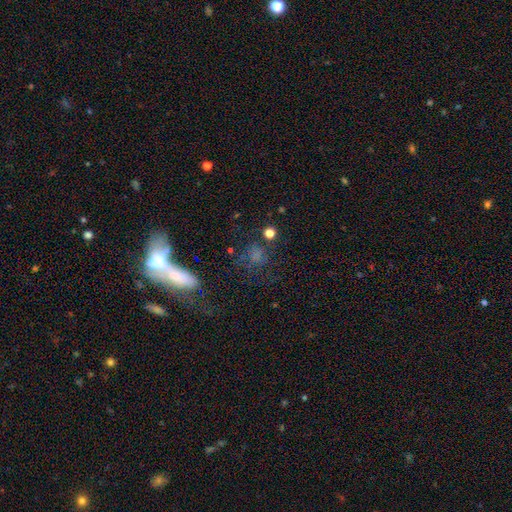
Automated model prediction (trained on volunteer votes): Smooth or featured? smooth (52%)
How rounded? round (55%)
Merging? none (46%)